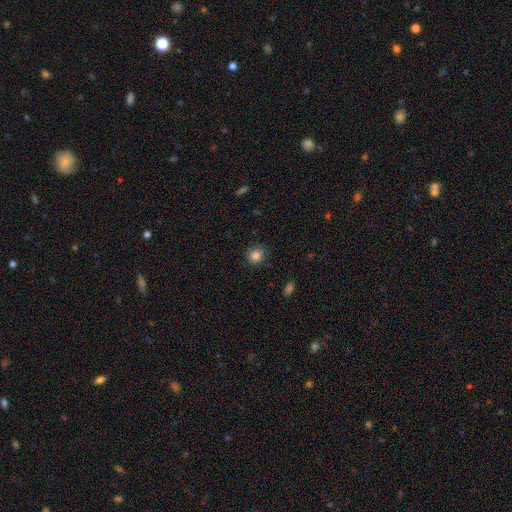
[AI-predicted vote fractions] smooth_or_featured: smooth (p=0.85) [alt: star or artifact p=0.11]
how_rounded: round (p=0.88) [alt: in between p=0.11]
merging: none (p=0.86) [alt: minor disturbance p=0.10]